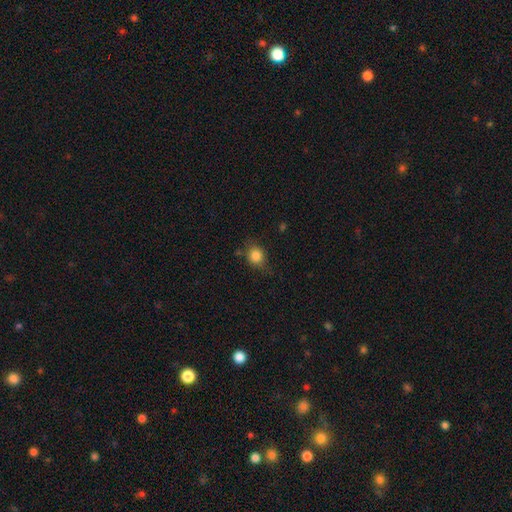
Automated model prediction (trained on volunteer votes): smooth 83%, star or artifact 10%, featured or disk 7%. Down the decision tree: how rounded — round (68%); merging — none (64%).